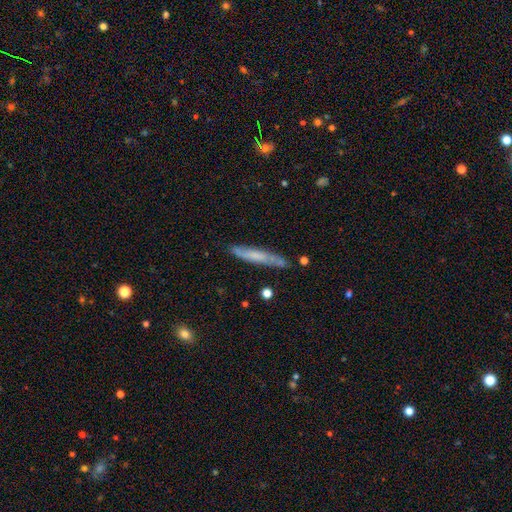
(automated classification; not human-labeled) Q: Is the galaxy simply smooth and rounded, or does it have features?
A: smooth — 47%.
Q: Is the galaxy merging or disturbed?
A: none — 78%.